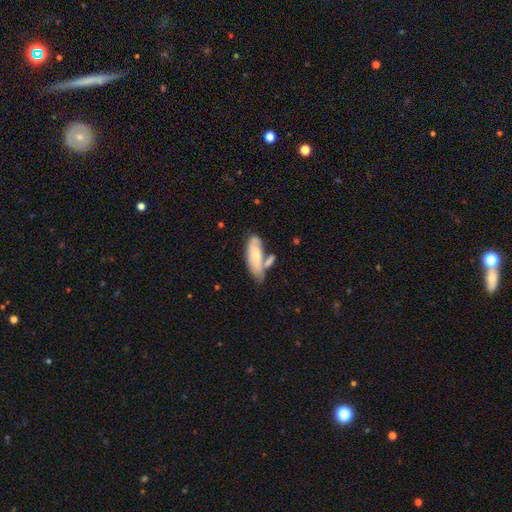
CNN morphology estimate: smooth 61%, featured or disk 33%, star or artifact 6%. Down the decision tree: how rounded — in between (74%); merging — none (40%).